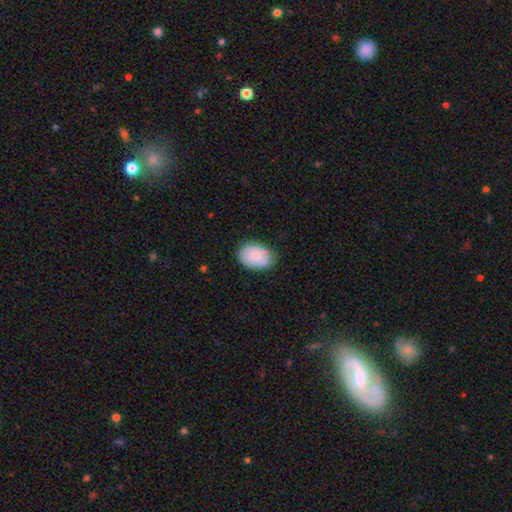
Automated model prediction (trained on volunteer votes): A smooth galaxy with no disk features (76%) that is in between round and cigar-shaped (82%). Merging: none (75%).